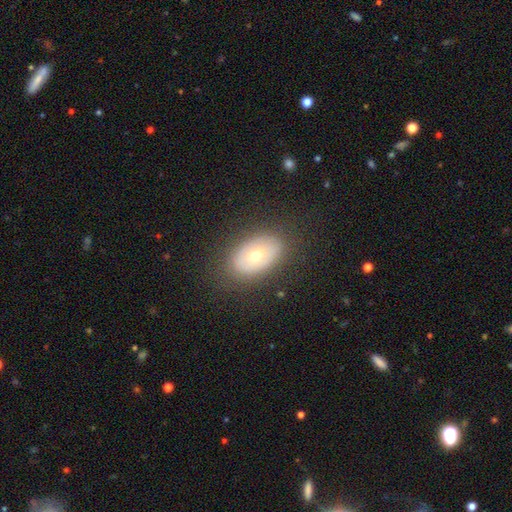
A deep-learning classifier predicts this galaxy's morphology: Smooth or featured? smooth (52%)
How rounded? in between (86%)
Merging? none (82%)